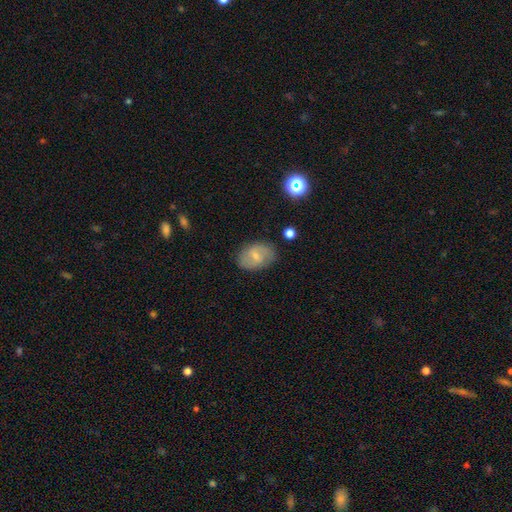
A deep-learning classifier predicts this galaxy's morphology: smooth_or_featured: smooth (p=0.53) [alt: featured or disk p=0.38]
how_rounded: in between (p=0.81) [alt: round p=0.17]
merging: none (p=0.78) [alt: minor disturbance p=0.16]